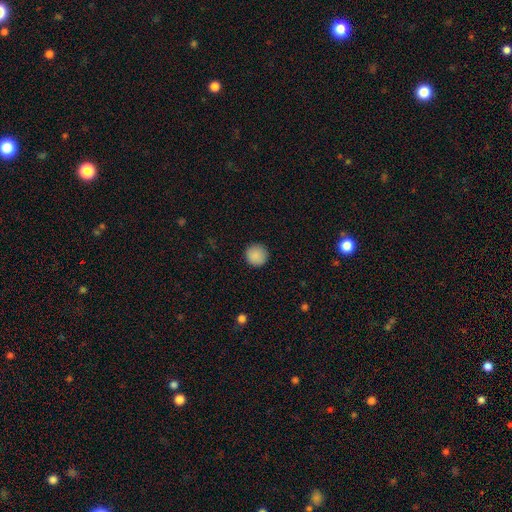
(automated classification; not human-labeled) smooth 89%, star or artifact 8%, featured or disk 3%. Down the decision tree: how rounded — round (96%); merging — none (92%).